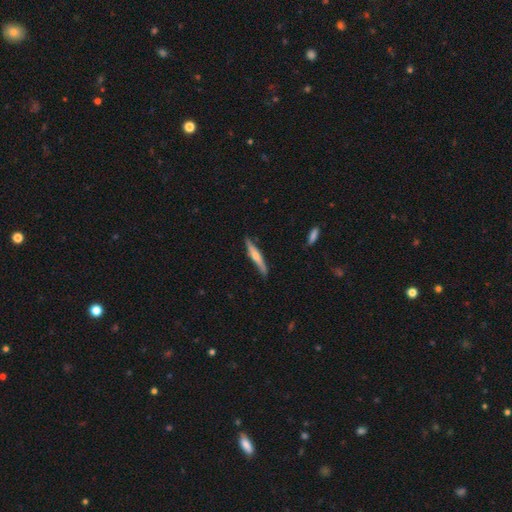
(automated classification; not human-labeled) Smooth or featured? Predicted: featured or disk (p=0.52). Edge-on disk? Predicted: yes (p=0.95). Merging? Predicted: none (p=0.85).